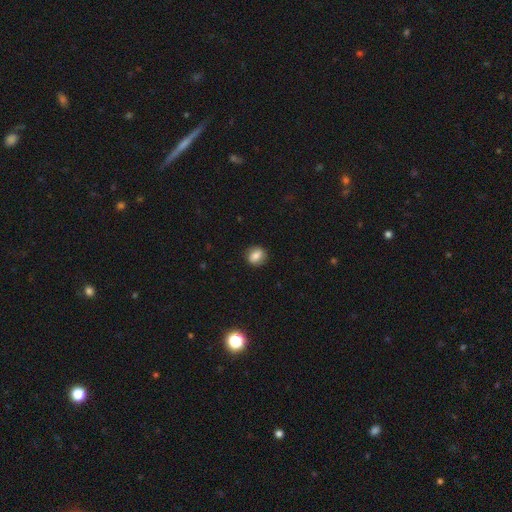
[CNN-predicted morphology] Overall: smooth (76%). How rounded: round (64%; in between 35%). Merging: none (86%).